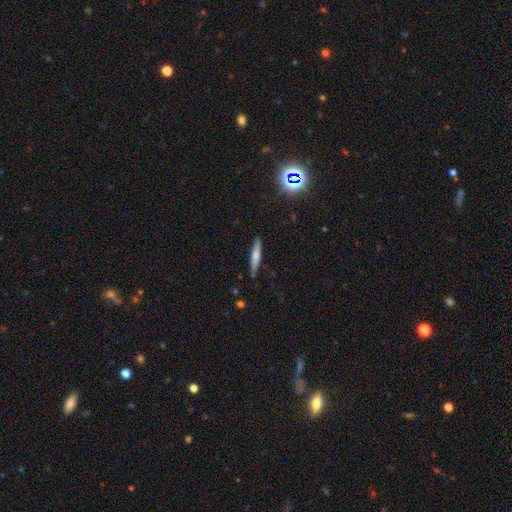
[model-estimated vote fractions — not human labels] Q: Smooth or featured?
A: smooth (58%); runner-up: featured or disk (34%)
Q: How rounded?
A: cigar-shaped (90%); runner-up: in between (8%)
Q: Merging?
A: none (87%); runner-up: minor disturbance (10%)